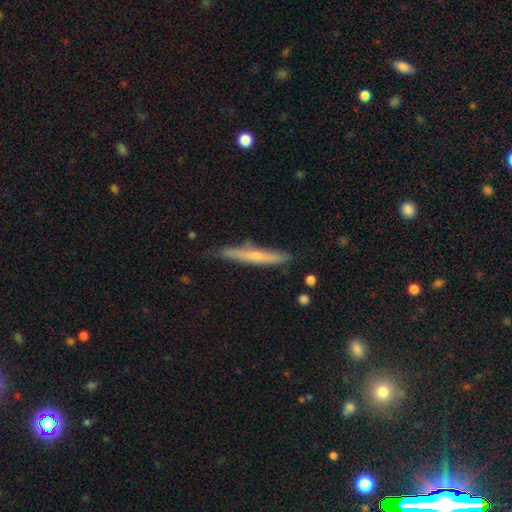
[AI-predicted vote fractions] Smooth or featured? smooth (53%)
How rounded? cigar-shaped (95%)
Merging? none (83%)